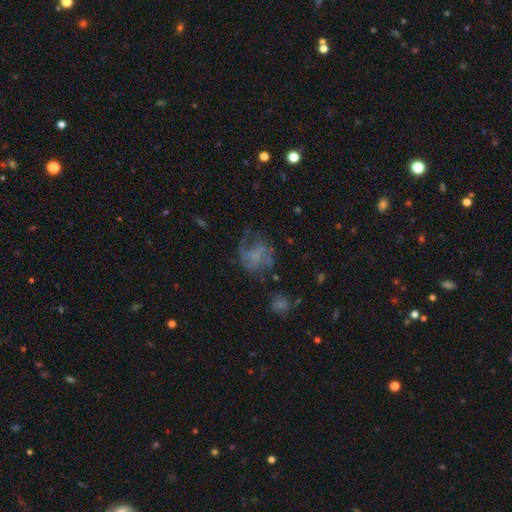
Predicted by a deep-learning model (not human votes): Smooth or featured: featured or disk — 56% (smooth — 29%)
Edge-on disk: no — 98% (yes — 2%)
Bar: no — 72% (weak — 24%)
Spiral arms: yes — 65% (no — 35%)
Bulge size: none — 50% (small — 33%)
Merging: none — 44% (major disturbance — 31%)